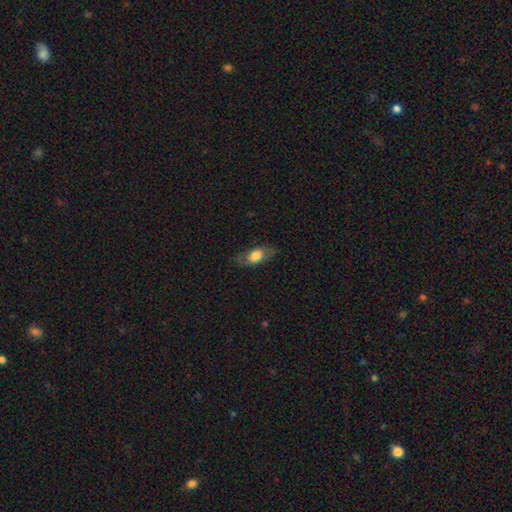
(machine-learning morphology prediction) This appears to be a smooth galaxy with no disk features (64%) that is in between round and cigar-shaped (83%). Merging: none (74%).